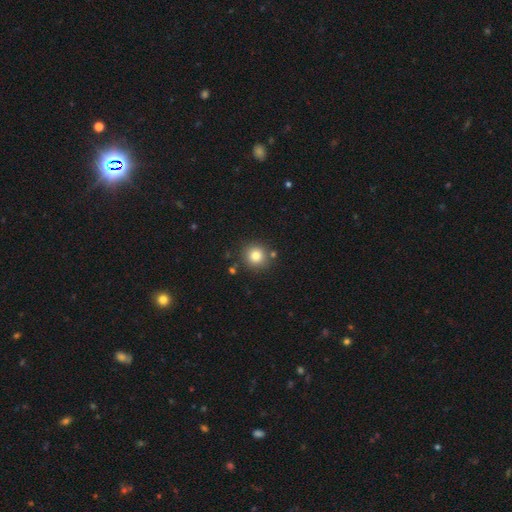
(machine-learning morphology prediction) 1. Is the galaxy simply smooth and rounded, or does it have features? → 80% smooth, 12% star or artifact, 8% featured or disk.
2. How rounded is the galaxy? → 92% round, 7% in between, 1% cigar-shaped.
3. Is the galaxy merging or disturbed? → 84% none, 8% minor disturbance, 6% merger, 2% major disturbance.